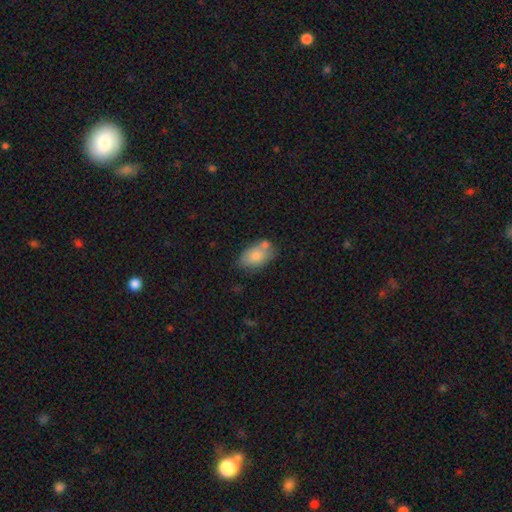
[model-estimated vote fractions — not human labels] This is likely a smooth galaxy (77%). How rounded: clearly in between (90%). Merging: possibly none (56%).